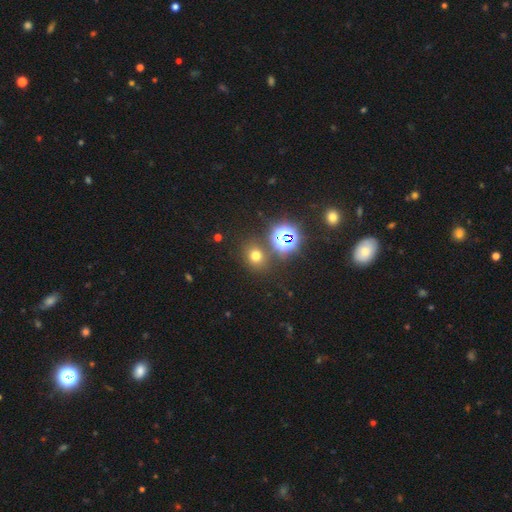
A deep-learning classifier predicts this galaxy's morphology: smooth_or_featured: smooth (p=0.61) [alt: star or artifact p=0.31]
how_rounded: round (p=0.71) [alt: in between p=0.28]
merging: none (p=0.79) [alt: minor disturbance p=0.09]